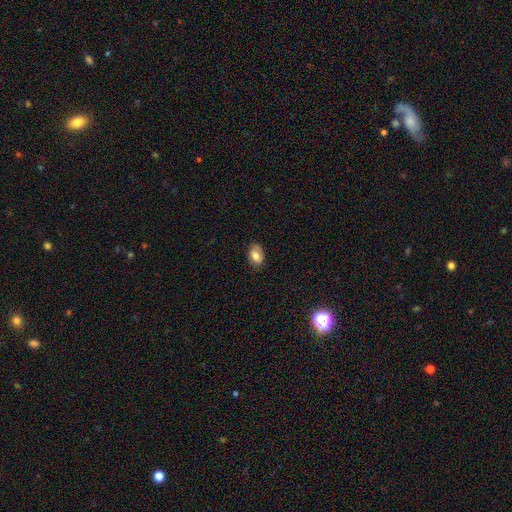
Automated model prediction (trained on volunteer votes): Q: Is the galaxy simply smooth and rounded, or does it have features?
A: smooth — 78%.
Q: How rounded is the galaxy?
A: in between — 86%.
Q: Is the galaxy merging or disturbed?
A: none — 84%.